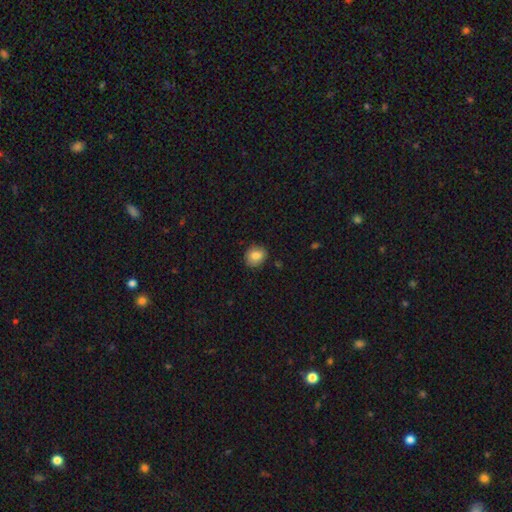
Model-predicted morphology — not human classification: smooth_or_featured: smooth (p=0.83) [alt: star or artifact p=0.09]
how_rounded: round (p=0.67) [alt: in between p=0.32]
merging: none (p=0.82) [alt: minor disturbance p=0.14]